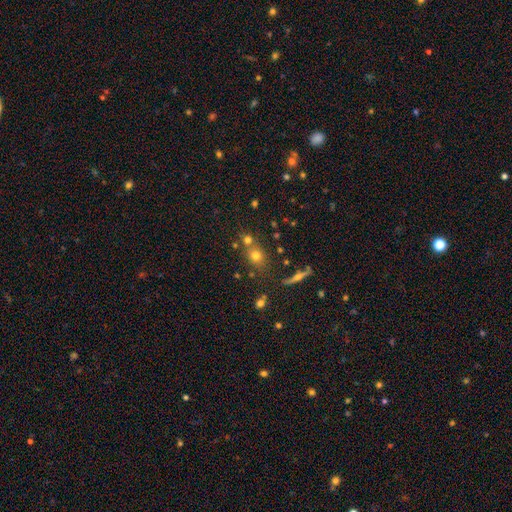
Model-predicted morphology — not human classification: type=smooth (67%); roundness=round (72%); merging=none (61%).